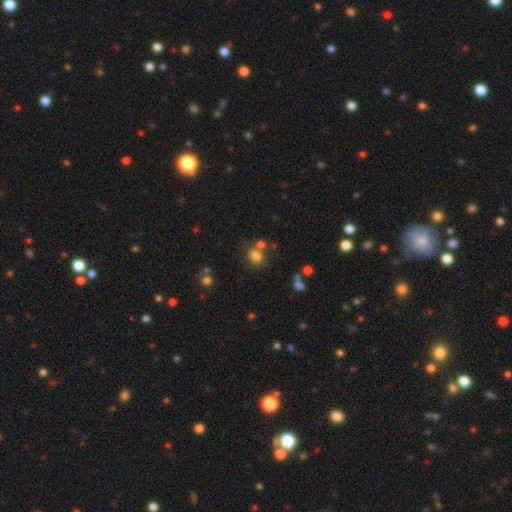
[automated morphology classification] This appears to be a smooth galaxy with no disk features (77%) that is round (58%). Merging: none (59%).